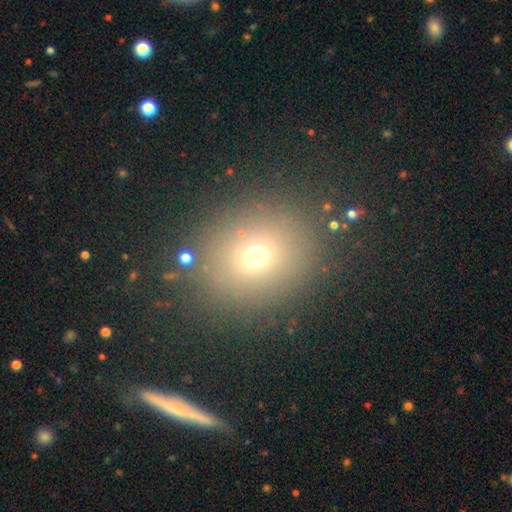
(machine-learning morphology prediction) smooth_or_featured: smooth (p=0.66) [alt: star or artifact p=0.22]
how_rounded: round (p=0.76) [alt: in between p=0.22]
merging: none (p=0.85) [alt: minor disturbance p=0.08]